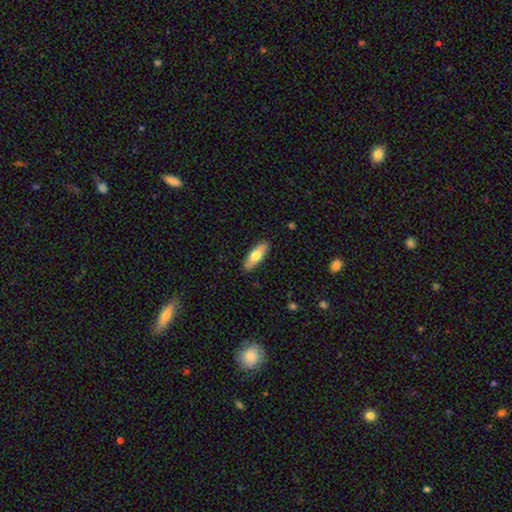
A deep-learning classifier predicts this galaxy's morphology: The model was most divided on "how rounded": in between: 61%, cigar-shaped: 37%, round: 2%. More confident: merging — none (89%); smooth or featured — smooth (65%).